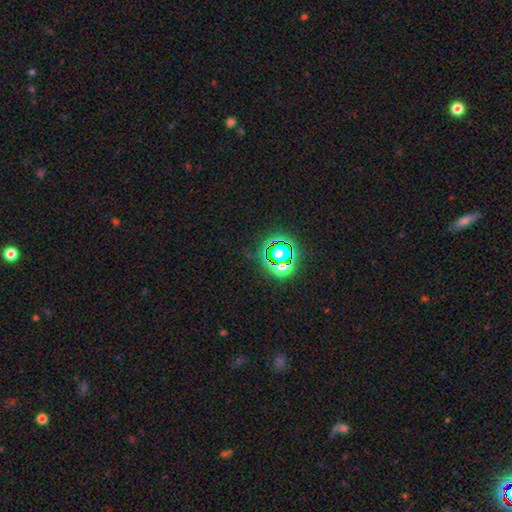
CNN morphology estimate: A star or artifact, not a galaxy (77%).